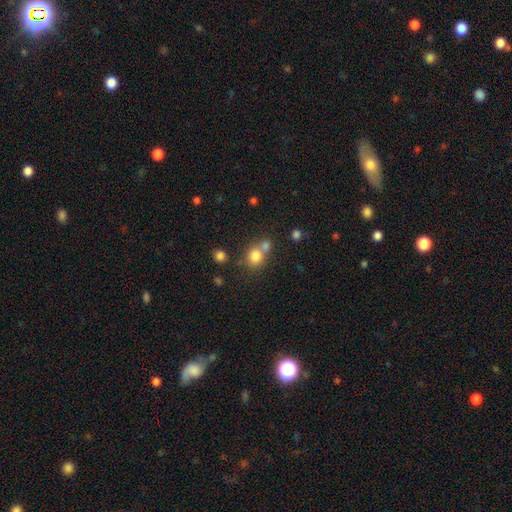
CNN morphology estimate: Smooth or featured? Predicted: smooth (p=0.79). How rounded? Predicted: round (p=0.75). Merging? Predicted: none (p=0.46).